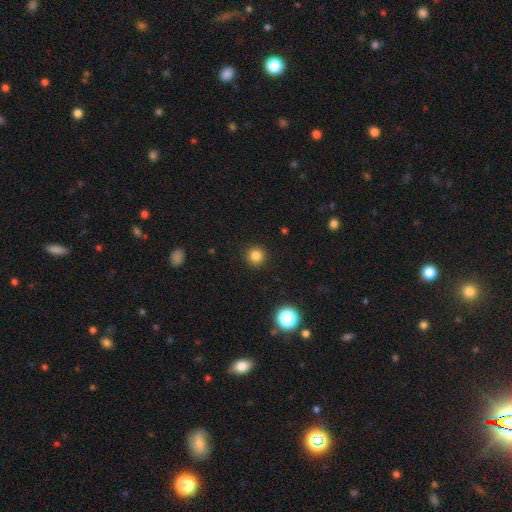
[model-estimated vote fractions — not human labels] This is clearly a smooth galaxy (83%). How rounded: clearly round (94%). Merging: clearly none (92%).